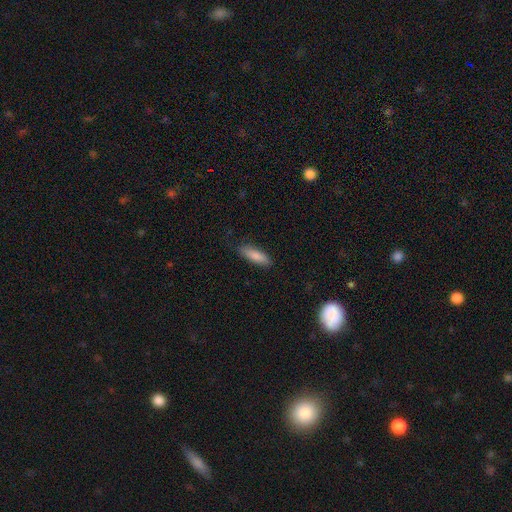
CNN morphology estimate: This is clearly a smooth galaxy (85%). How rounded: possibly in between (51%). Merging: clearly none (82%).